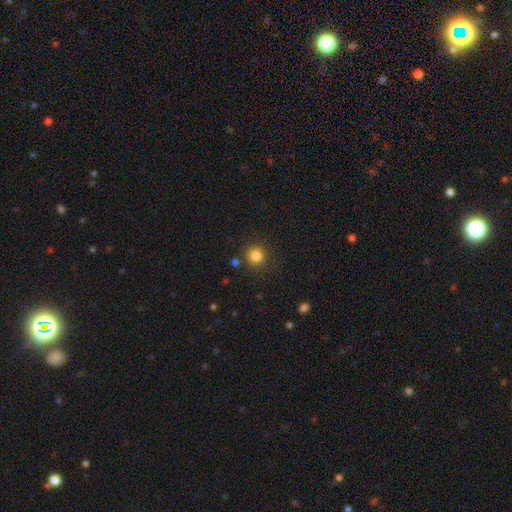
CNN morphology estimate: Smooth or featured? Predicted: smooth (p=0.83). How rounded? Predicted: round (p=0.94). Merging? Predicted: none (p=0.87).